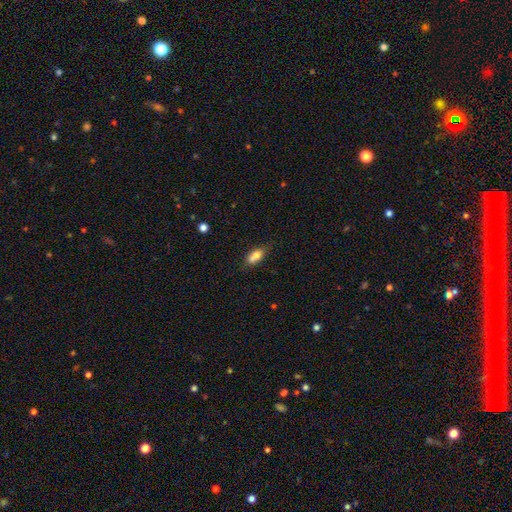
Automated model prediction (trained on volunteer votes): A smooth galaxy with no disk features (76%) that is in between round and cigar-shaped (78%). Merging: none (49%).